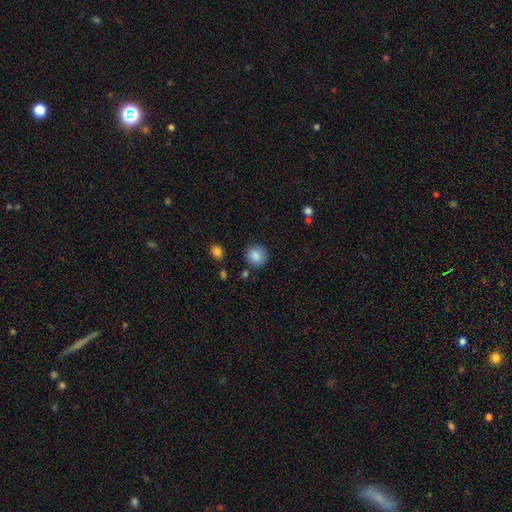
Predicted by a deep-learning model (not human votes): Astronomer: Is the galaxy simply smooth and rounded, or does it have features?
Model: smooth — 86%.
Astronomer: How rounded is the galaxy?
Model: round — 88%.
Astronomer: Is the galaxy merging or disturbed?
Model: none — 85%.